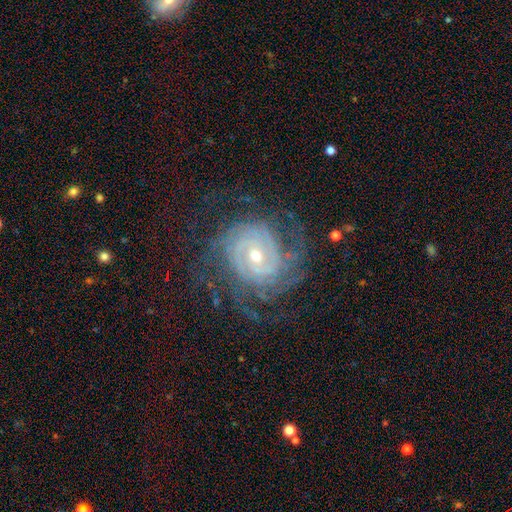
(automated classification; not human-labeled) smooth-or-featured: featured or disk: 88% | star or artifact: 7% | smooth: 5%
  disk-edge-on: no: 97% | yes: 3%
    bar: no: 59% | weak: 30% | strong: 11%
    has-spiral-arms: yes: 97% | no: 3%
      spiral-winding: tight: 74% | medium: 21% | loose: 5%
      spiral-arm-count: can't tell: 32% | 2: 20% | 4: 15% | 3: 15% | more than 4: 11% | 1: 7%
    bulge-size: small: 56% | moderate: 40% | large: 2% | none: 1% | dominant: 1%
  merging: none: 70% | minor disturbance: 16% | major disturbance: 13% | merger: 1%